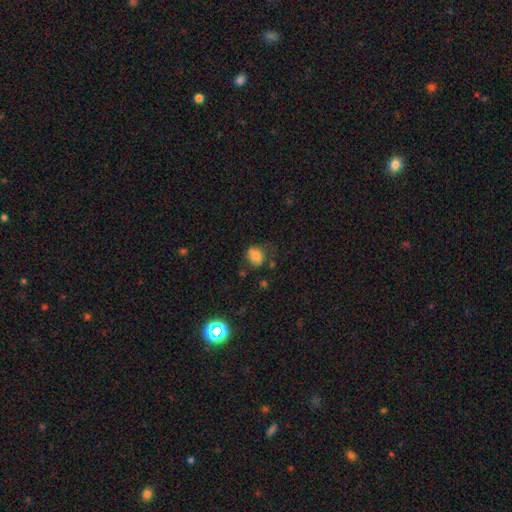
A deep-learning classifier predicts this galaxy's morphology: type=smooth (78%); roundness=round (62%); merging=none (58%).